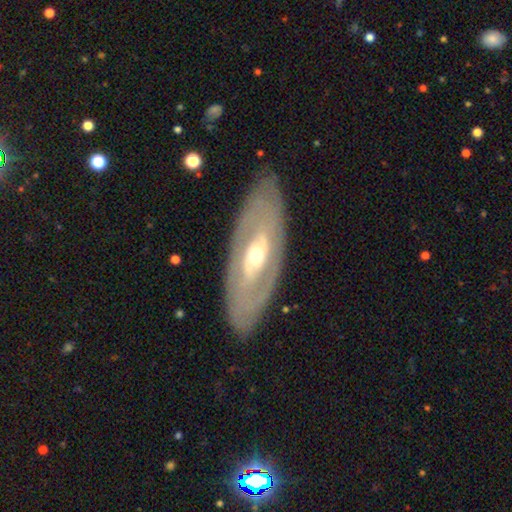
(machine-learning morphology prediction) Smooth or featured?
  - featured or disk: 74% *
  - smooth: 20%
  - star or artifact: 5%
Edge-on disk?
  - no: 81% *
  - yes: 19%
Bar?
  - no: 53% *
  - weak: 27%
  - strong: 20%
Spiral arms?
  - no: 60% *
  - yes: 40%
Bulge size?
  - moderate: 55% *
  - small: 40%
  - large: 4%
  - dominant: 1%
  - none: 1%
Merging?
  - none: 84% *
  - minor disturbance: 11%
  - major disturbance: 4%
  - merger: 1%